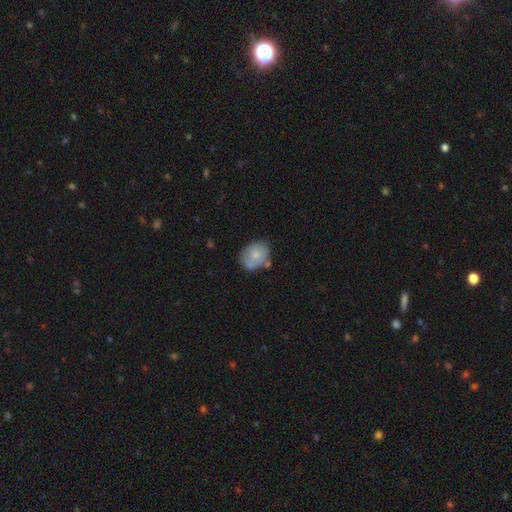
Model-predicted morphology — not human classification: This appears to be a smooth galaxy with no disk features (72%) that is in between round and cigar-shaped (57%). Merging: none (56%).